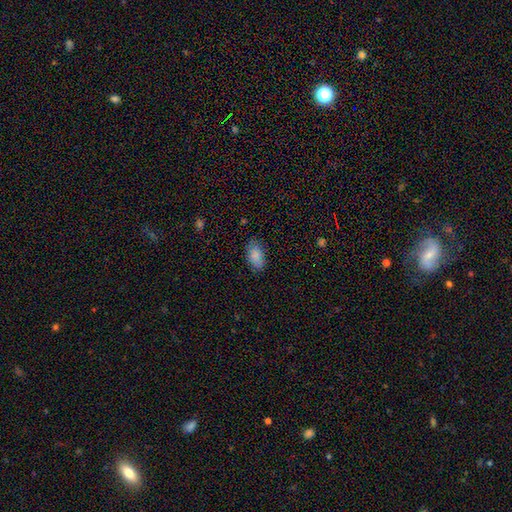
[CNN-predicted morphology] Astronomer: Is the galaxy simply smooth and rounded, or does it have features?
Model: smooth — 84%.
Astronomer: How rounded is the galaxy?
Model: in between — 93%.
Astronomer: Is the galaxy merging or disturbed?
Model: none — 79%.